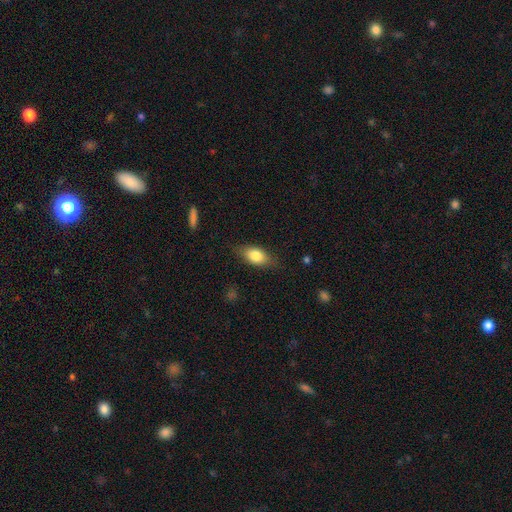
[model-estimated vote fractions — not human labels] Smooth or featured?
  - smooth: 79% *
  - featured or disk: 14%
  - star or artifact: 7%
How rounded?
  - in between: 84% *
  - cigar-shaped: 9%
  - round: 7%
Merging?
  - none: 78% *
  - minor disturbance: 16%
  - major disturbance: 4%
  - merger: 1%